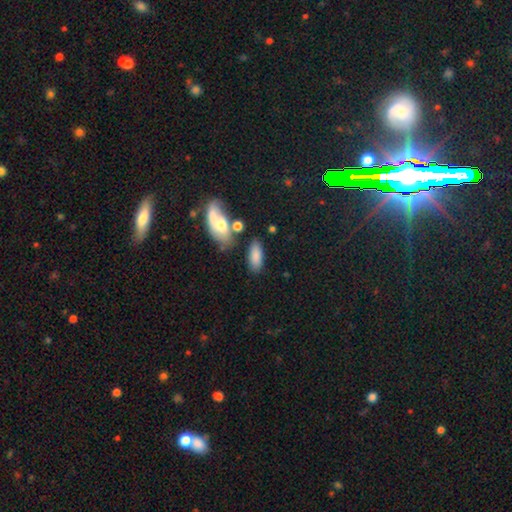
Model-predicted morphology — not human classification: smooth-or-featured: smooth: 83% | featured or disk: 9% | star or artifact: 8%
  how-rounded: in between: 83% | cigar-shaped: 14% | round: 3%
  merging: none: 72% | minor disturbance: 14% | merger: 9% | major disturbance: 5%